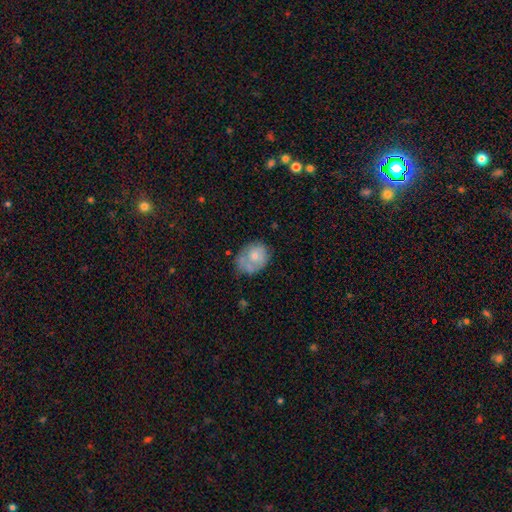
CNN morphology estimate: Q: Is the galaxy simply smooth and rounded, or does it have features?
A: smooth — 59%.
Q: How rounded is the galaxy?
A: in between — 50%.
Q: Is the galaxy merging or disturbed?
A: none — 46%.